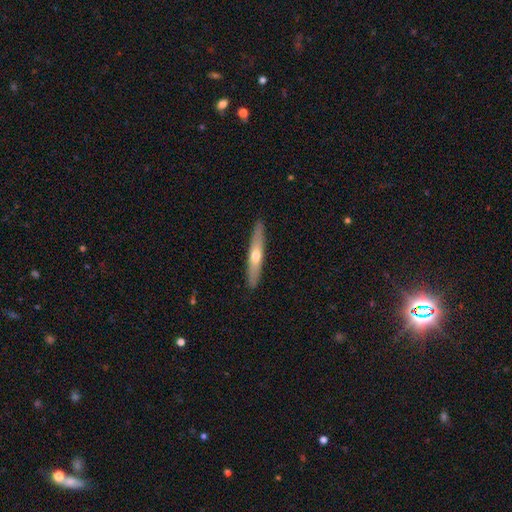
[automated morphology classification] smooth 49%, featured or disk 46%, star or artifact 5%. Down the decision tree: merging — none (90%).